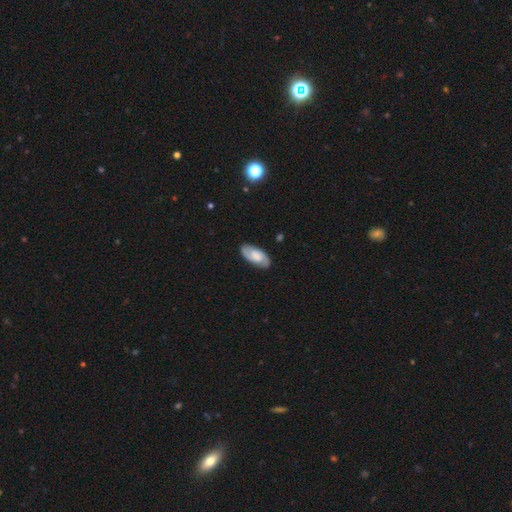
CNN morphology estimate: smooth_or_featured: featured or disk (p=0.58) [alt: smooth p=0.35]
disk_edge_on: no (p=0.94) [alt: yes p=0.06]
bar: no (p=0.55) [alt: weak p=0.37]
has_spiral_arms: yes (p=0.90) [alt: no p=0.10]
bulge_size: moderate (p=0.29) [alt: none p=0.26]
merging: none (p=0.85) [alt: minor disturbance p=0.11]